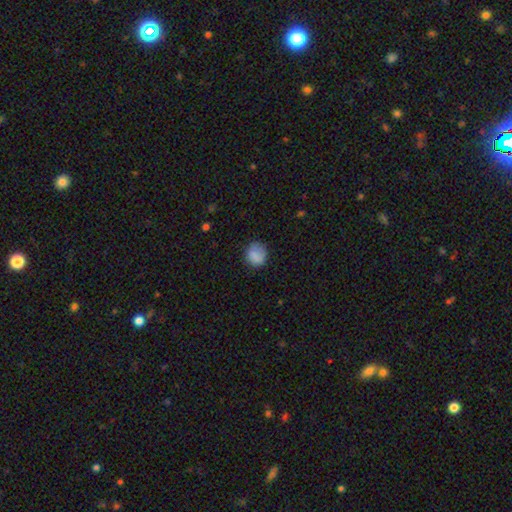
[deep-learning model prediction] This is clearly a smooth galaxy (83%). How rounded: likely round (73%). Merging: likely none (70%).